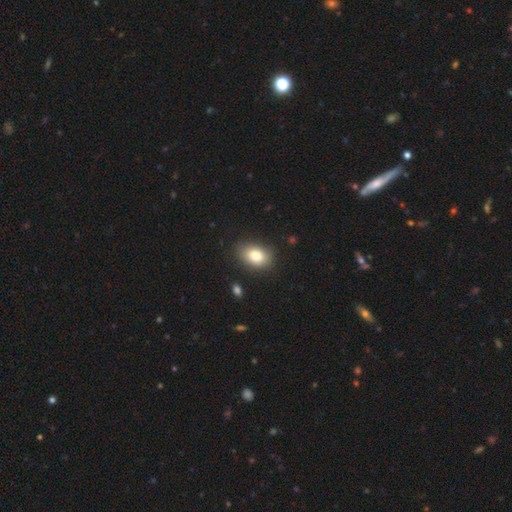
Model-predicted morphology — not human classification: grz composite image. It shows a smooth galaxy with no disk features (82%) that is in between round and cigar-shaped (82%). Merging: none (84%).